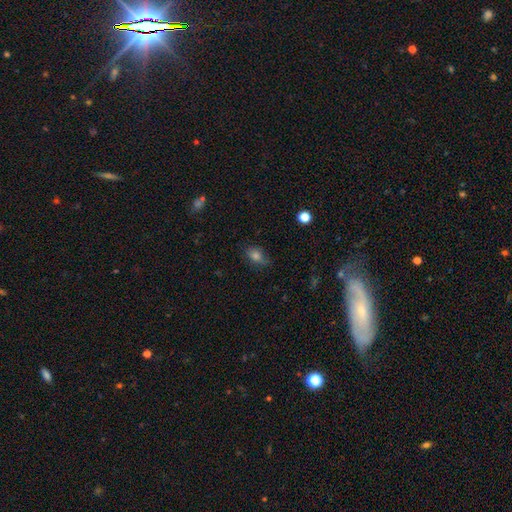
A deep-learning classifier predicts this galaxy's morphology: This appears to be a smooth galaxy with no disk features (71%) that is in between round and cigar-shaped (74%). Merging: none (66%).